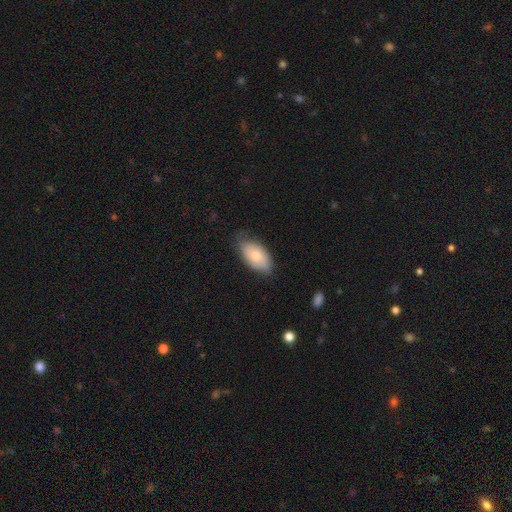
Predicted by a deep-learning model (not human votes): smooth-or-featured: smooth: 77% | featured or disk: 17% | star or artifact: 6%
  how-rounded: in between: 94% | round: 3% | cigar-shaped: 3%
  merging: none: 66% | minor disturbance: 27% | major disturbance: 5% | merger: 1%